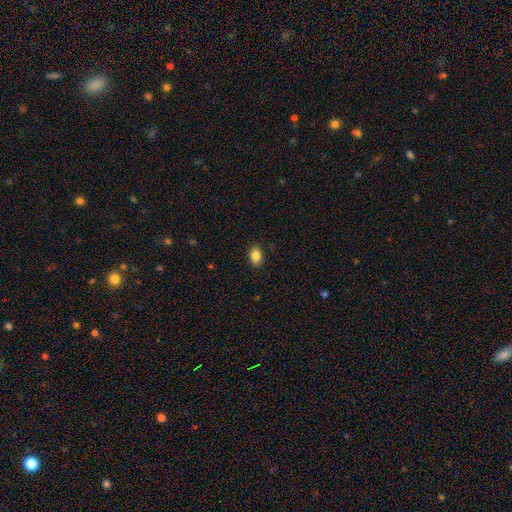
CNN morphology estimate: Smooth or featured: smooth — 86% (star or artifact — 9%)
How rounded: in between — 84% (round — 14%)
Merging: none — 89% (minor disturbance — 8%)